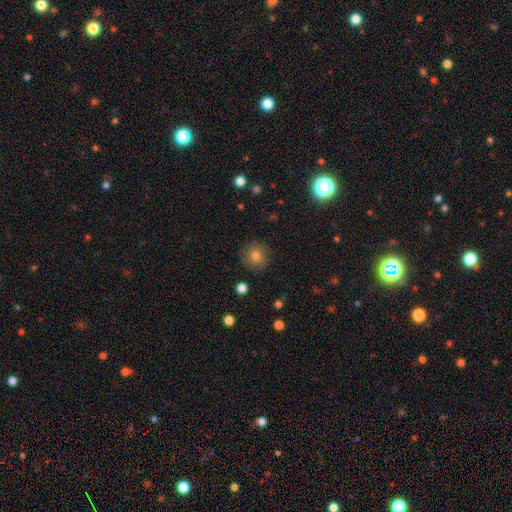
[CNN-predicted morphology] Smooth or featured? Predicted: smooth (p=0.80). How rounded? Predicted: round (p=0.91). Merging? Predicted: none (p=0.87).